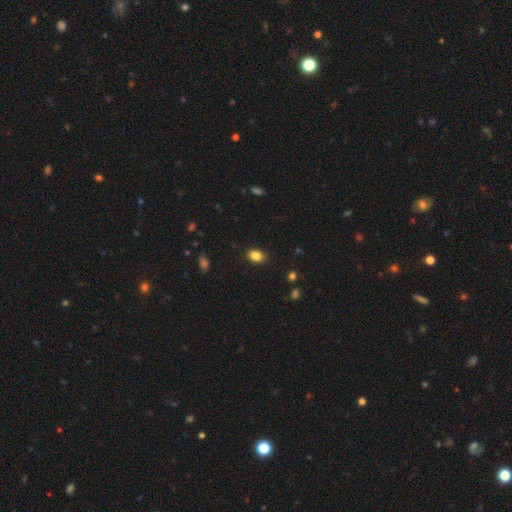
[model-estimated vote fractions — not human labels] Morphology: type=smooth (86%); roundness=in between (71%); merging=none (88%).